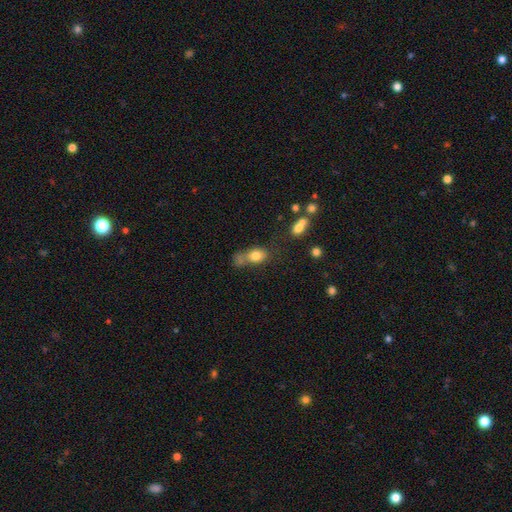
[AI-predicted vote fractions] A smooth galaxy with no disk features (78%) that is in between round and cigar-shaped (64%).

Vote fractions:
- Smooth or featured? smooth: 78% / featured or disk: 12% / star or artifact: 10%
- How rounded? in between: 64% / round: 33% / cigar-shaped: 3%
- Merging? none: 35% / merger: 33% / minor disturbance: 19% / major disturbance: 13%